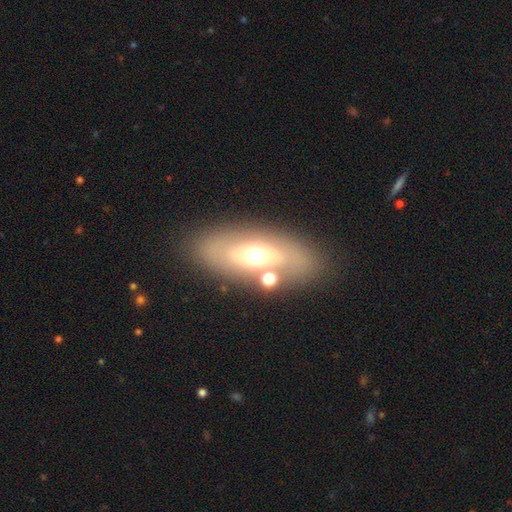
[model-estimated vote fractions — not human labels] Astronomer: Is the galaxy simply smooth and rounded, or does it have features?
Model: smooth — 46% (runner-up: featured or disk, 44%).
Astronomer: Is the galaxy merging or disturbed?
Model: none — 74%.